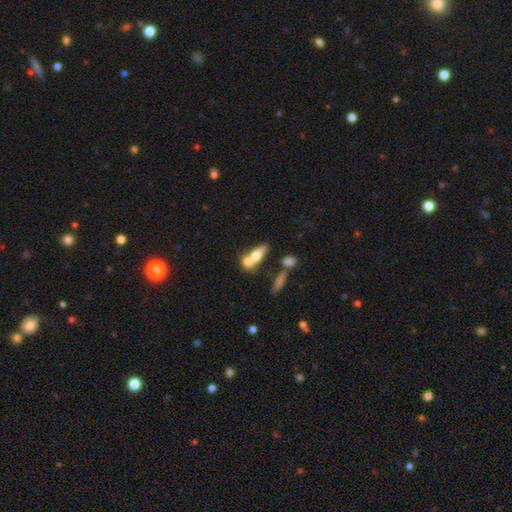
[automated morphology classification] smooth 63%, featured or disk 29%, star or artifact 9%. Down the decision tree: how rounded — in between (64%); merging — merger (60%).